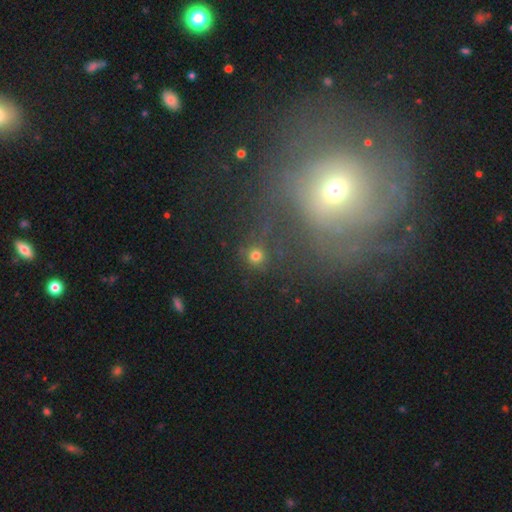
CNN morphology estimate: type=smooth (68%); roundness=round (94%); merging=none (82%).